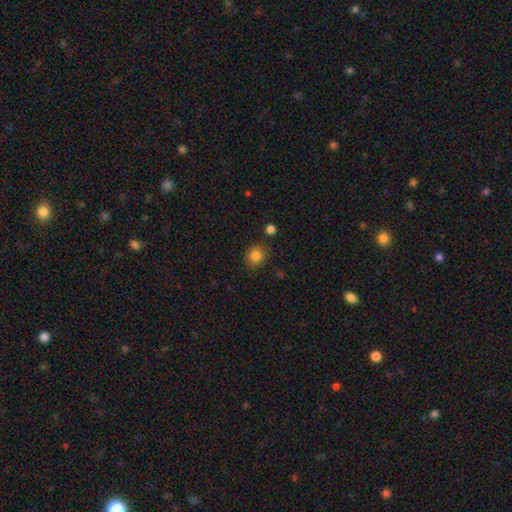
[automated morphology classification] A smooth galaxy with no disk features (83%) that is round (72%). Merging: none (83%).